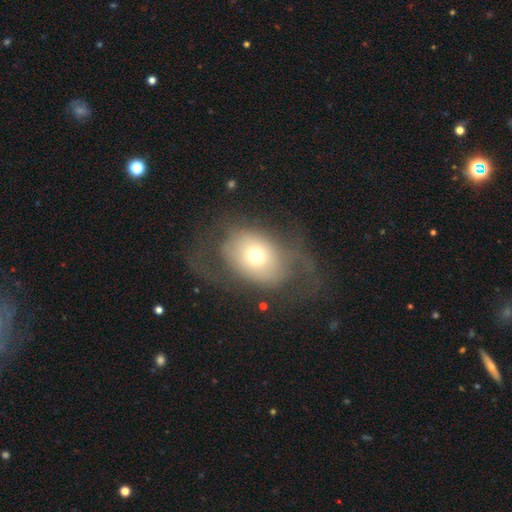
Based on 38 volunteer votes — A smooth galaxy with no disk features (55%) that is in between round and cigar-shaped (57%).

Vote fractions:
- Smooth or featured? smooth: 55% / featured or disk: 37% / star or artifact: 8%
- How rounded? in between: 57% / round: 43% / cigar-shaped: 0%
- Merging? major disturbance: 46% / none: 34% / minor disturbance: 17% / merger: 3%